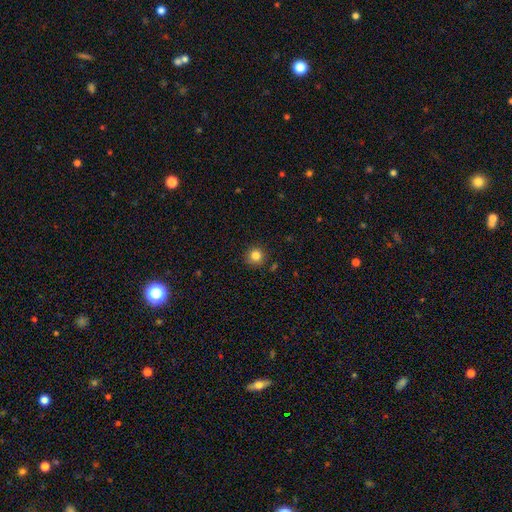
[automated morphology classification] This appears to be a smooth galaxy with no disk features (83%) that is round (94%). Merging: none (88%).